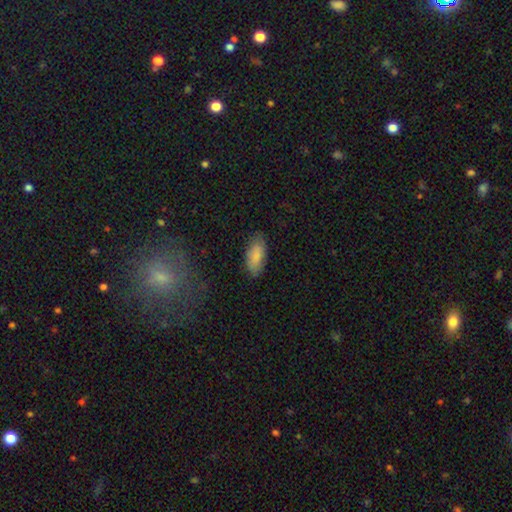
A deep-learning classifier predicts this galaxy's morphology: smooth-or-featured: smooth: 85% | featured or disk: 9% | star or artifact: 6%
  how-rounded: in between: 85% | cigar-shaped: 13% | round: 2%
  merging: none: 80% | minor disturbance: 15% | major disturbance: 3% | merger: 1%